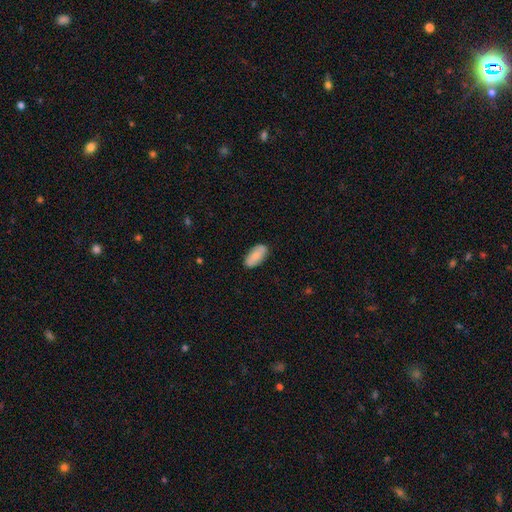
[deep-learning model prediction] smooth_or_featured: smooth (p=0.81) [alt: featured or disk p=0.14]
how_rounded: in between (p=0.91) [alt: cigar-shaped p=0.07]
merging: none (p=0.85) [alt: minor disturbance p=0.12]